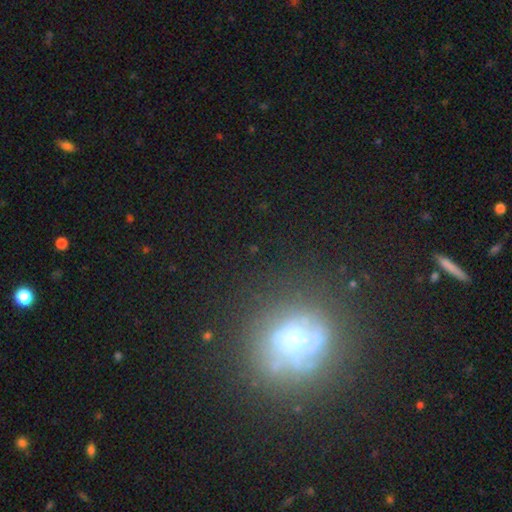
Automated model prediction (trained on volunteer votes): A featured or disk galaxy (40%).

Vote fractions:
- Smooth or featured? featured or disk: 40% / star or artifact: 32% / smooth: 29%
- Merging? none: 65% / minor disturbance: 16% / major disturbance: 14% / merger: 5%